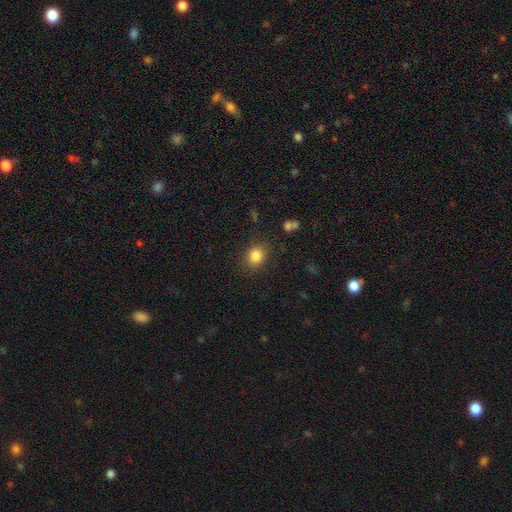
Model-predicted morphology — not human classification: The model was most divided on "how rounded": round: 61%, in between: 38%, cigar-shaped: 1%. More confident: merging — none (85%); smooth or featured — smooth (84%).